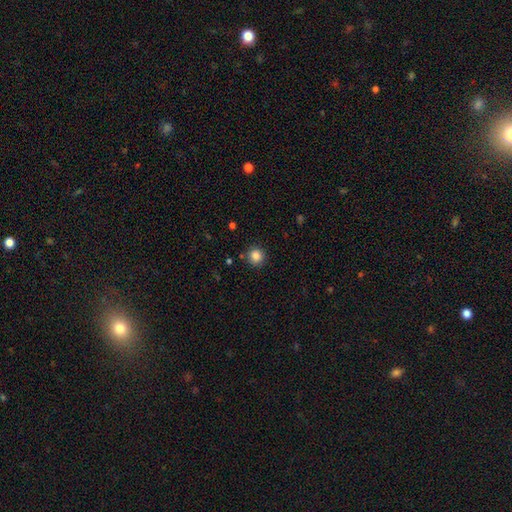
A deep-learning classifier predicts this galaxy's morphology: A smooth galaxy with no disk features (85%) that is round (93%). Merging: none (88%).